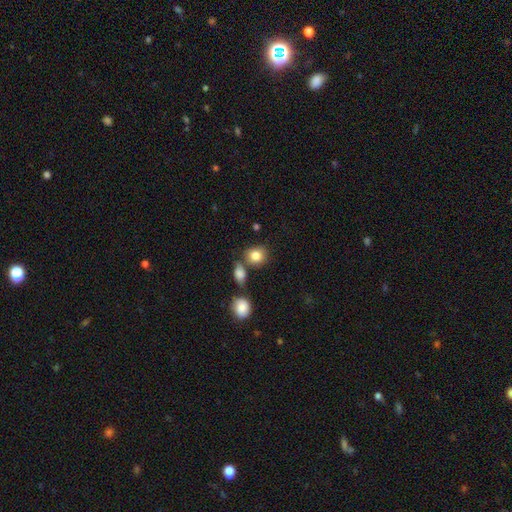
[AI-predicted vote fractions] This is clearly a smooth galaxy (84%). How rounded: likely round (68%). Merging: likely none (68%).